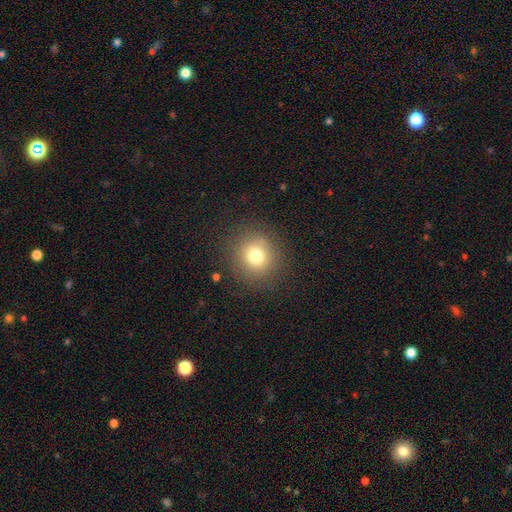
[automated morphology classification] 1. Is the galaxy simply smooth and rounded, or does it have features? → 76% smooth, 14% star or artifact, 10% featured or disk.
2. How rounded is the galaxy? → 91% round, 8% in between, 1% cigar-shaped.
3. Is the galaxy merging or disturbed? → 86% none, 8% minor disturbance, 4% major disturbance, 1% merger.